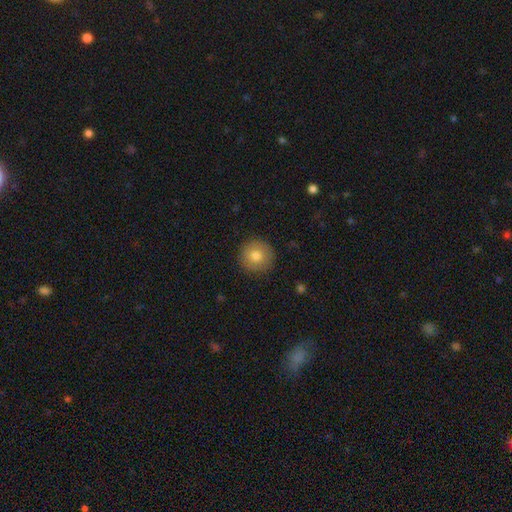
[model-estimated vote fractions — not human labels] smooth 81%, featured or disk 10%, star or artifact 9%. Down the decision tree: how rounded — round (95%); merging — none (90%).